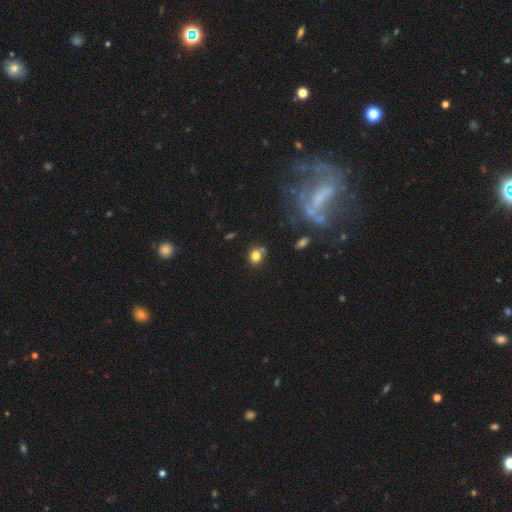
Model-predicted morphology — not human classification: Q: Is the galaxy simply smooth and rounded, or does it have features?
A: smooth — 76%.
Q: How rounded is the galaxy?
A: round — 67%.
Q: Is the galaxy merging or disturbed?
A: none — 63%.